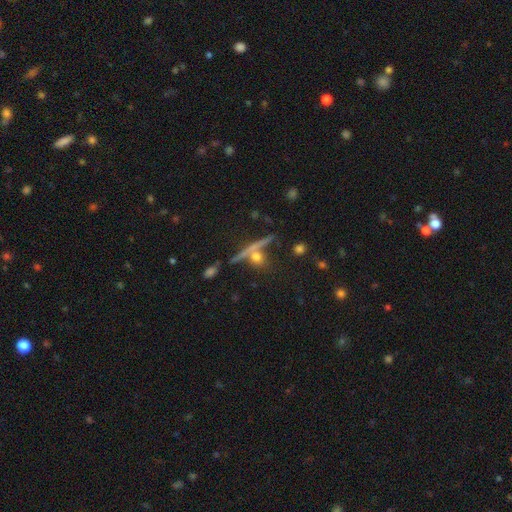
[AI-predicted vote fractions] Smooth or featured? smooth (45%)
Merging? none (68%)